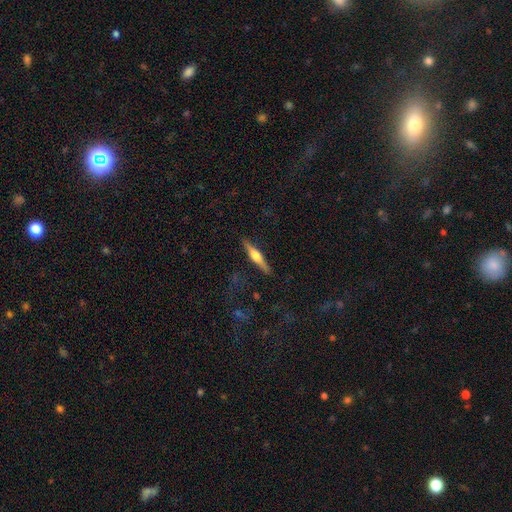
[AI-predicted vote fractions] smooth_or_featured: featured or disk (p=0.63) [alt: smooth p=0.32]
disk_edge_on: yes (p=0.97) [alt: no p=0.03]
edge_on_bulge: rounded (p=0.90) [alt: boxy p=0.06]
merging: none (p=0.88) [alt: minor disturbance p=0.08]